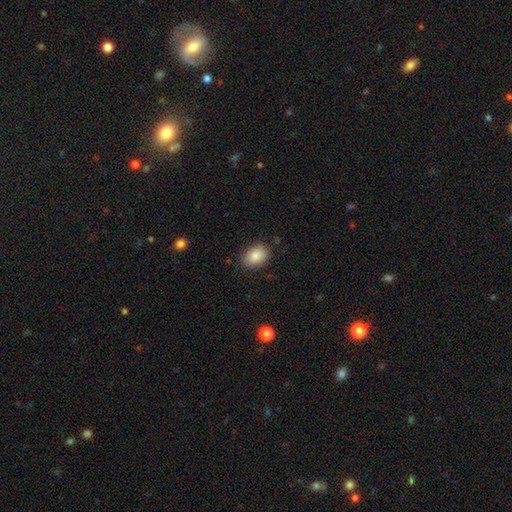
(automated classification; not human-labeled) Smooth or featured: smooth — 87% (star or artifact — 8%)
How rounded: in between — 82% (round — 17%)
Merging: none — 85% (minor disturbance — 11%)